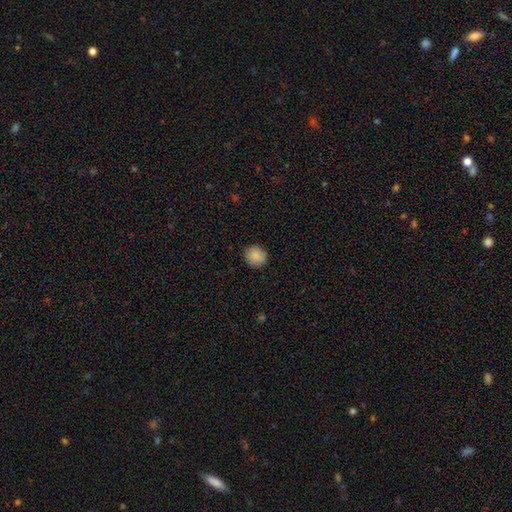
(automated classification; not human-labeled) This is clearly a smooth galaxy (88%). How rounded: clearly round (91%). Merging: clearly none (90%).